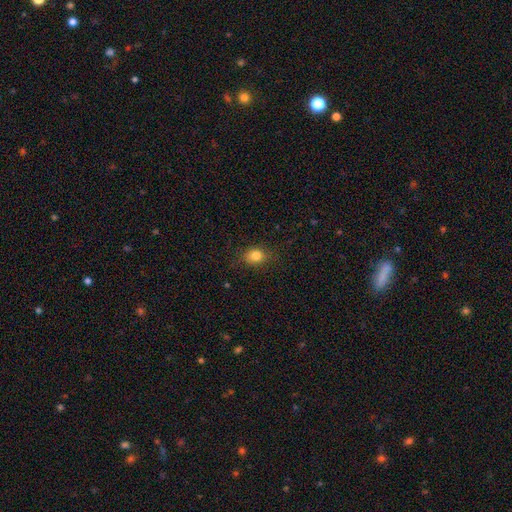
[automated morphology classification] A smooth galaxy with no disk features (82%) that is round (51%).

Vote fractions:
- Smooth or featured? smooth: 82% / star or artifact: 11% / featured or disk: 7%
- How rounded? round: 51% / in between: 47% / cigar-shaped: 1%
- Merging? none: 82% / minor disturbance: 13% / major disturbance: 4% / merger: 1%